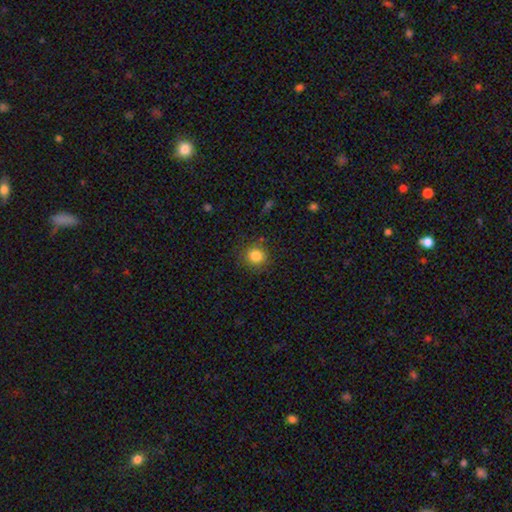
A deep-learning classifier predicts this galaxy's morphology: A smooth galaxy with no disk features (84%) that is round (90%). Merging: none (86%).